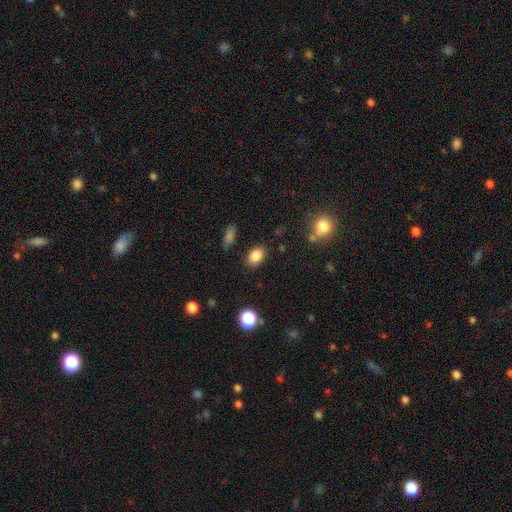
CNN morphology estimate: type=smooth (85%); roundness=in between (81%); merging=none (83%).